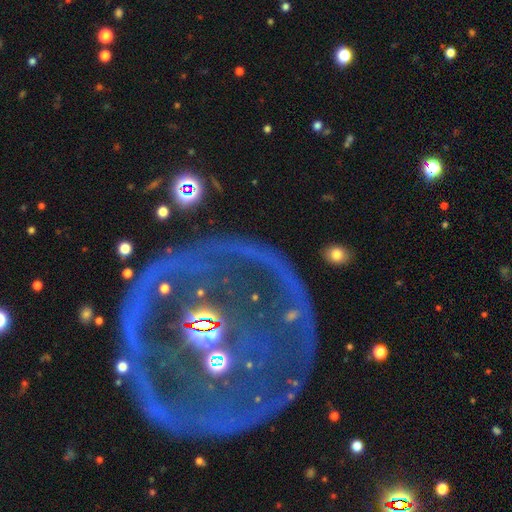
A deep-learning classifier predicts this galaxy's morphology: Smooth or featured: featured or disk — 44% (star or artifact — 39%)
Merging: none — 80% (minor disturbance — 9%)